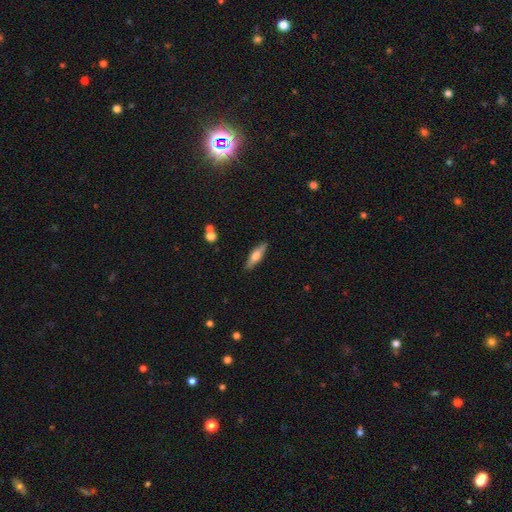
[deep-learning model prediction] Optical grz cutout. It shows a smooth galaxy with no disk features (49%). Merging: none (88%).